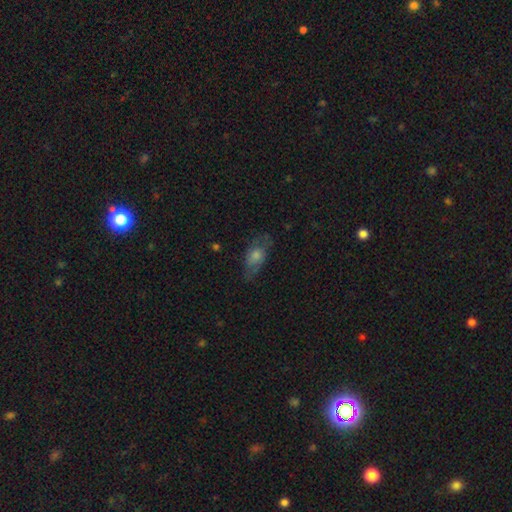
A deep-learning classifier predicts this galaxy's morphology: Overall: smooth (54%; featured or disk 36%). How rounded: in between (81%). Merging: none (59%; minor disturbance 24%).